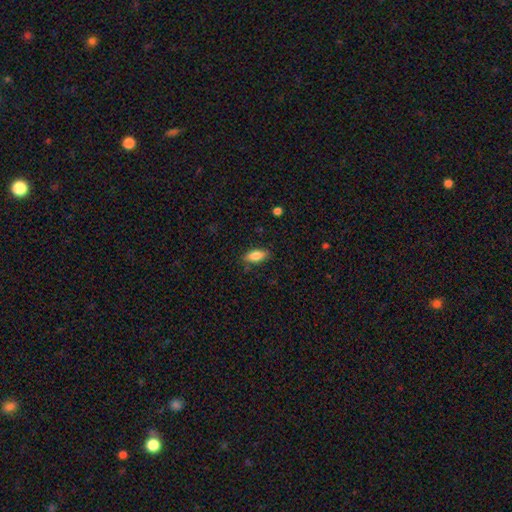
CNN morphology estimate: type=smooth (83%); roundness=in between (86%); merging=none (83%).